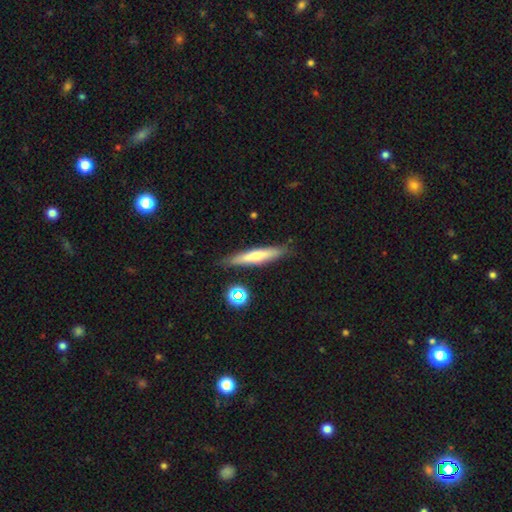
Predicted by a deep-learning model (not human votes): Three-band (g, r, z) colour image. It shows a smooth galaxy with no disk features (54%) that is cigar-shaped (90%). Merging: none (85%).